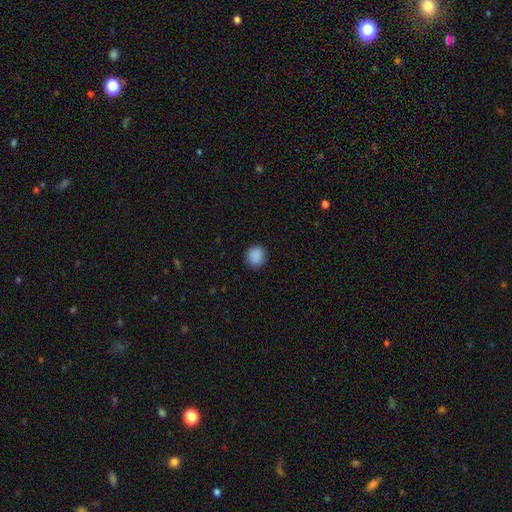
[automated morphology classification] Smooth or featured? Predicted: smooth (p=0.89). How rounded? Predicted: round (p=0.87). Merging? Predicted: none (p=0.90).